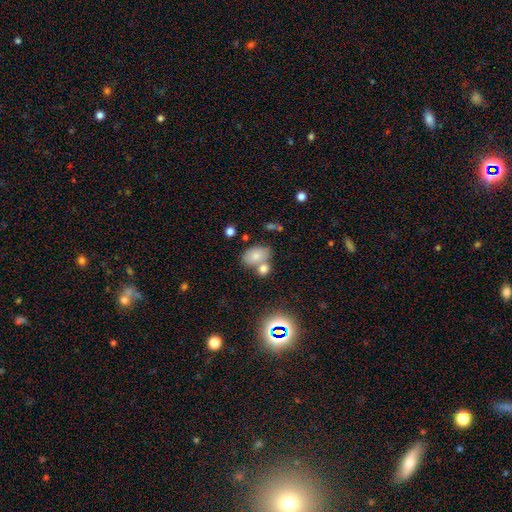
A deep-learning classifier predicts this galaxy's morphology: Smooth or featured: smooth — 74% (featured or disk — 14%)
How rounded: in between — 84% (round — 15%)
Merging: none — 50% (merger — 33%)